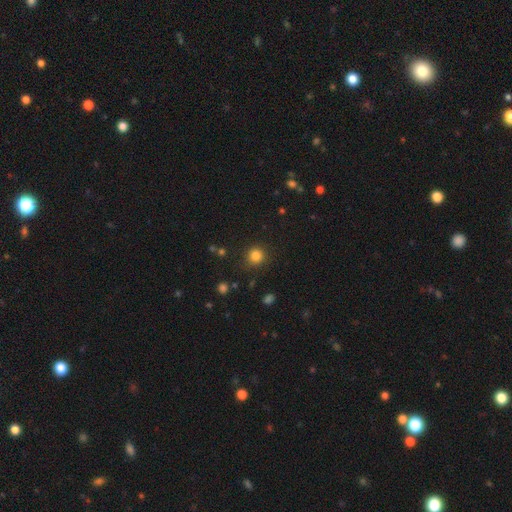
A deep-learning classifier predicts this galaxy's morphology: Smooth or featured?
  - smooth: 83% *
  - star or artifact: 13%
  - featured or disk: 4%
How rounded?
  - round: 92% *
  - in between: 7%
  - cigar-shaped: 1%
Merging?
  - none: 87% *
  - minor disturbance: 8%
  - major disturbance: 3%
  - merger: 2%